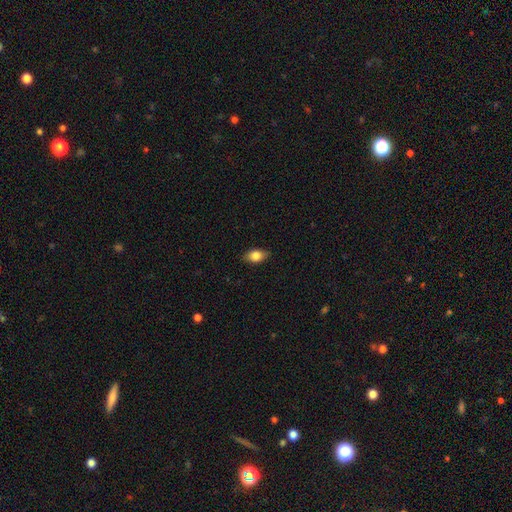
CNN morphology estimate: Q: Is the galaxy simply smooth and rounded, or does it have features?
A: smooth — 80%.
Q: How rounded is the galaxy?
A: in between — 82%.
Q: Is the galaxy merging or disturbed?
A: none — 83%.